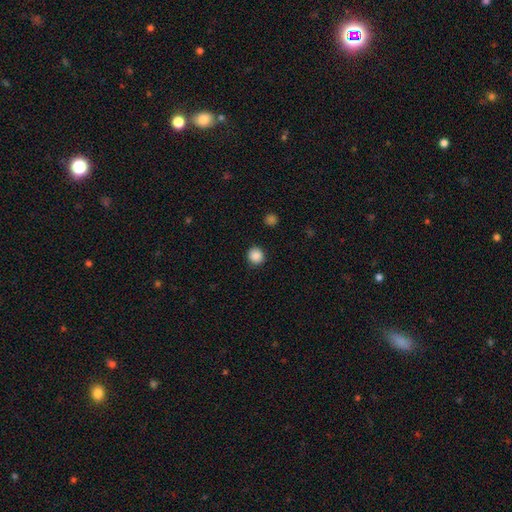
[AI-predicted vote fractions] Morphology: type=smooth (88%); roundness=round (92%); merging=none (91%).